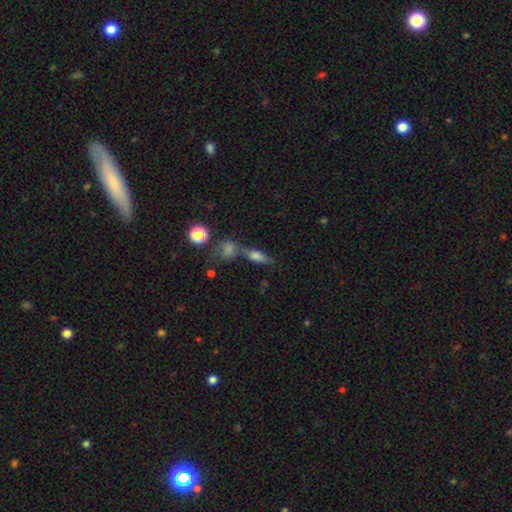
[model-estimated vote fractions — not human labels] smooth-or-featured: smooth: 55% | featured or disk: 30% | star or artifact: 15%
  how-rounded: in between: 52% | cigar-shaped: 37% | round: 11%
  merging: none: 50% | merger: 34% | minor disturbance: 11% | major disturbance: 5%